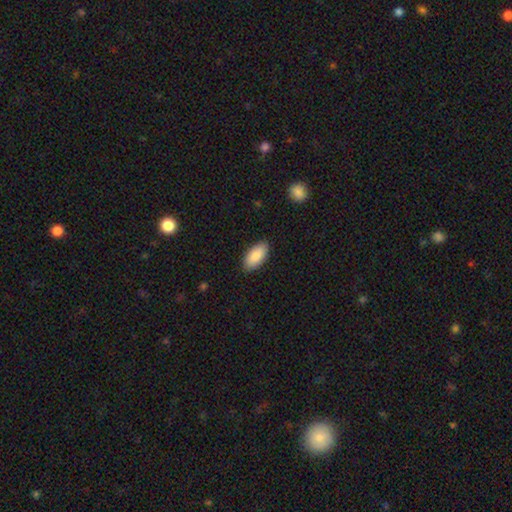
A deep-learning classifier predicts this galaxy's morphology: Smooth or featured? smooth (88%)
How rounded? in between (92%)
Merging? none (88%)